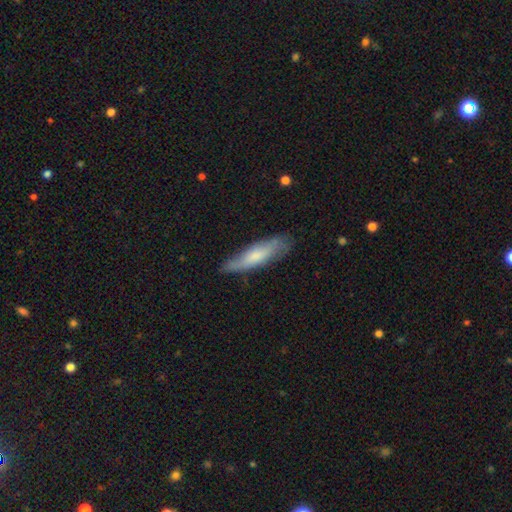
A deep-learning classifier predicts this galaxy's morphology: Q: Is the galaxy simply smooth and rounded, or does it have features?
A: smooth — 62%.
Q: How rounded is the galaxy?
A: cigar-shaped — 72%.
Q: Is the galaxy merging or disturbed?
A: none — 75%.